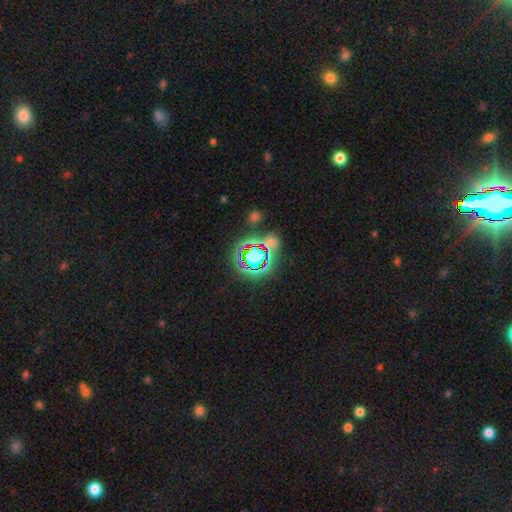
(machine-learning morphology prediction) This appears to be a star or artifact, not a galaxy (61%).